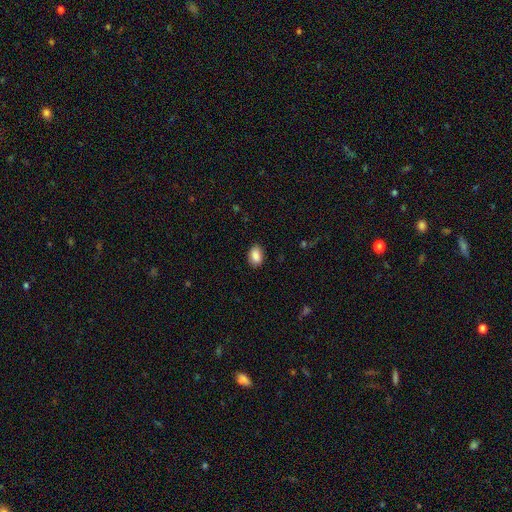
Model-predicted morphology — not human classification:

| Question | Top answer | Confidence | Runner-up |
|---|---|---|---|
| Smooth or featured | smooth | 89% | star or artifact (7%) |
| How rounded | in between | 83% | round (16%) |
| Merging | none | 86% | minor disturbance (10%) |